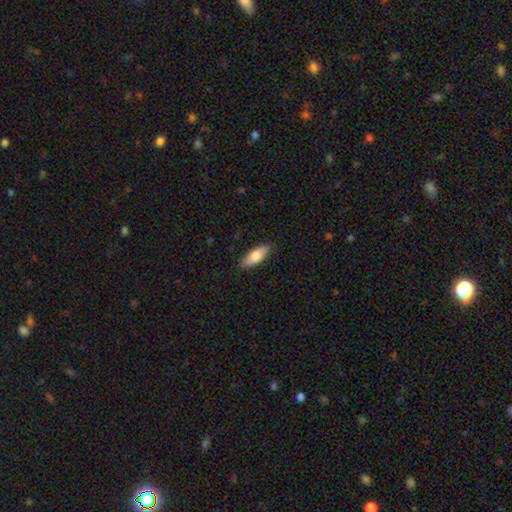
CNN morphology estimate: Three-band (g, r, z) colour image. It shows a smooth galaxy with no disk features (80%) that is in between round and cigar-shaped (66%). Merging: none (87%).